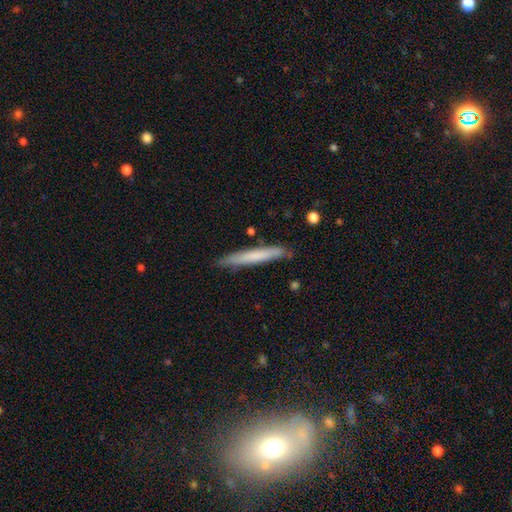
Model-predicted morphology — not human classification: Smooth or featured? Predicted: smooth (p=0.67). How rounded? Predicted: cigar-shaped (p=0.96). Merging? Predicted: none (p=0.86).